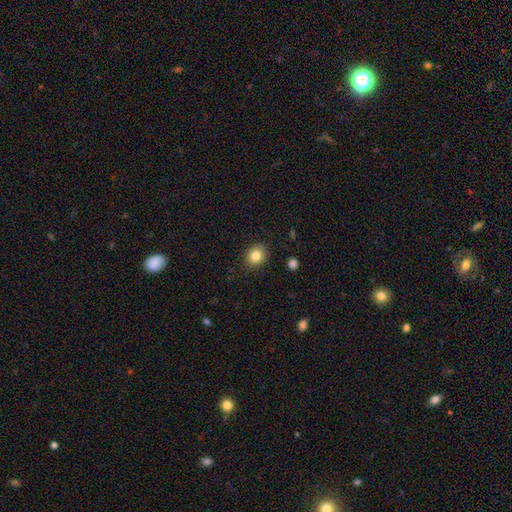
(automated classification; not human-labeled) Overall: smooth (82%). How rounded: round (72%). Merging: none (88%).